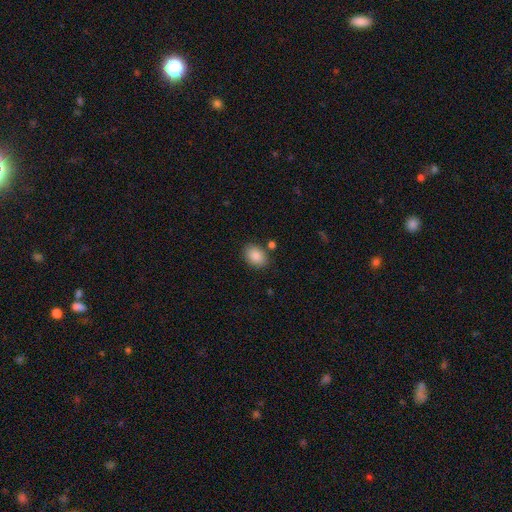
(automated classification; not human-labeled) The model was most divided on "how rounded": in between: 74%, round: 25%, cigar-shaped: 1%. More confident: smooth or featured — smooth (88%); merging — none (81%).